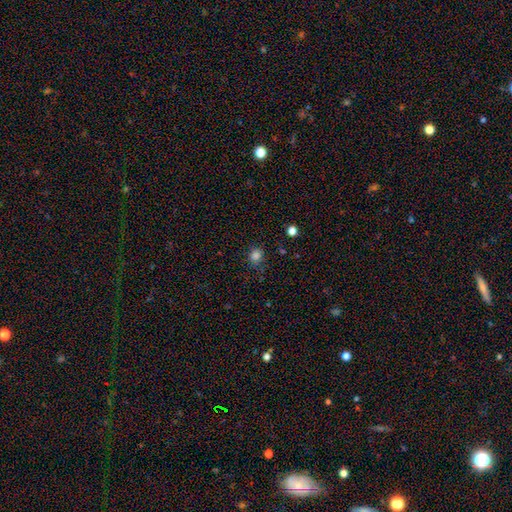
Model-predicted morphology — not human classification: A smooth galaxy with no disk features (82%) that is round (77%). Merging: none (76%).